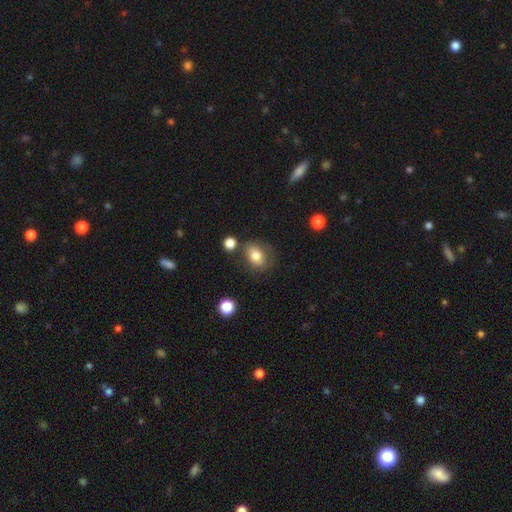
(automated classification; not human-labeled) Smooth or featured? smooth (77%)
How rounded? in between (69%)
Merging? none (63%)